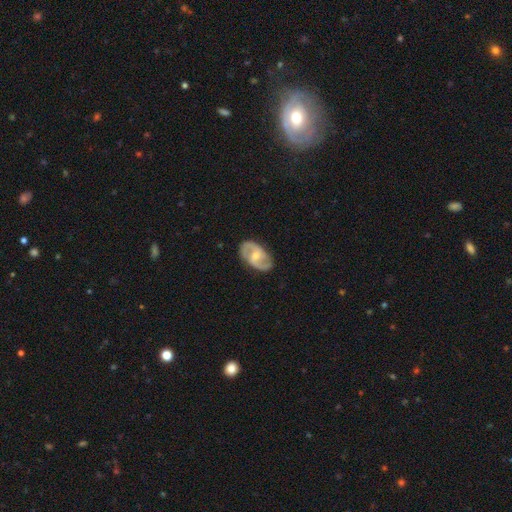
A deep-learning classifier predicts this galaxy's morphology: type=featured or disk (81%); edge-on=no (97%); bar=weak (48%); spiral arms=yes (92%); winding=medium (52%); arm count=2 (90%); bulge=small (50%); merging=none (81%).